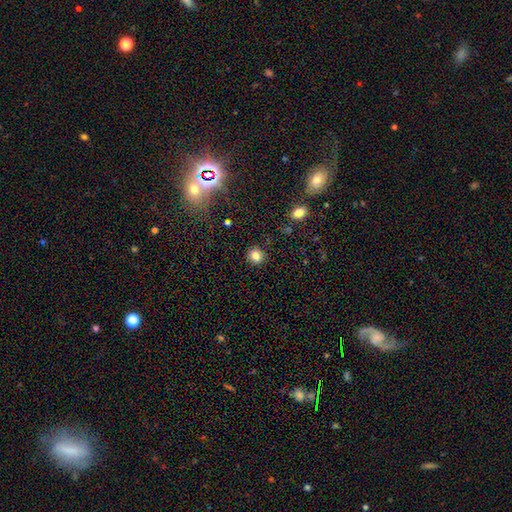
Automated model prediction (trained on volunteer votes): A smooth galaxy with no disk features (81%) that is round (80%).

Vote fractions:
- Smooth or featured? smooth: 81% / star or artifact: 12% / featured or disk: 6%
- How rounded? round: 80% / in between: 19% / cigar-shaped: 1%
- Merging? none: 87% / minor disturbance: 9% / major disturbance: 3% / merger: 2%